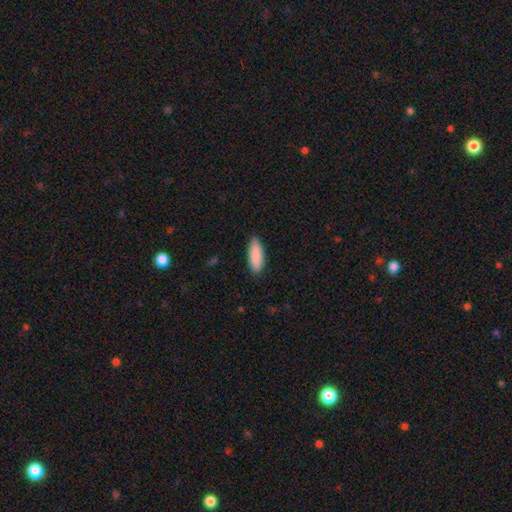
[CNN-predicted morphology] Smooth or featured? Predicted: smooth (p=0.89). How rounded? Predicted: in between (p=0.61). Merging? Predicted: none (p=0.86).